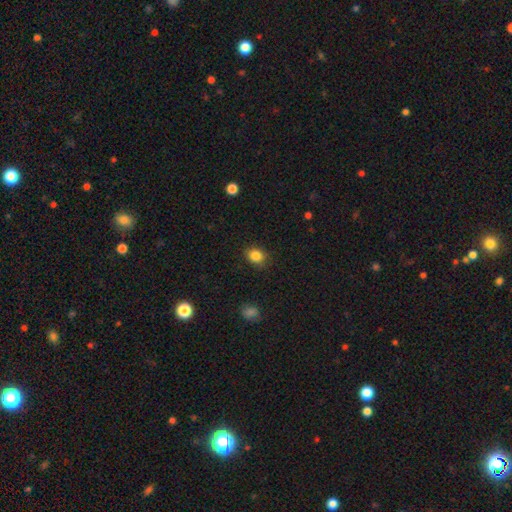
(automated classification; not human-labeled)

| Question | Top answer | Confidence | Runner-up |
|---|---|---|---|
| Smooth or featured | smooth | 85% | star or artifact (10%) |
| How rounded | round | 58% | in between (41%) |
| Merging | none | 84% | minor disturbance (12%) |